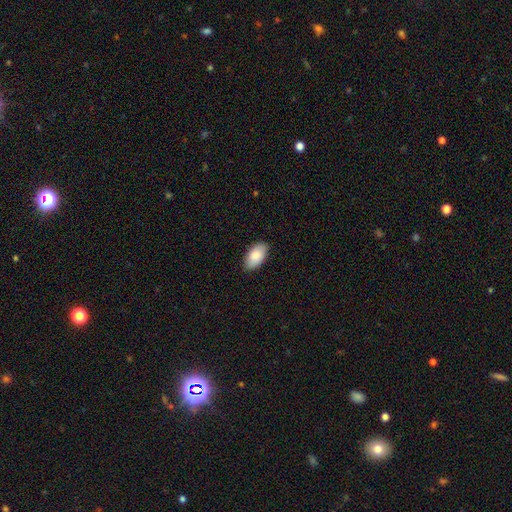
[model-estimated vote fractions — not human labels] This is clearly a smooth galaxy (85%). How rounded: clearly in between (95%). Merging: clearly none (86%).